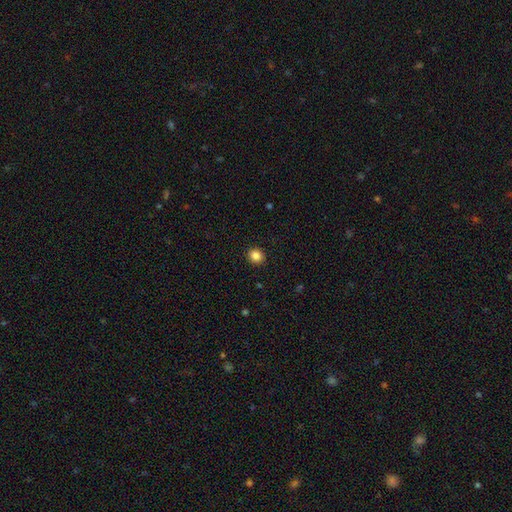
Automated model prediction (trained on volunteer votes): smooth_or_featured: smooth (p=0.85) [alt: star or artifact p=0.10]
how_rounded: round (p=0.82) [alt: in between p=0.17]
merging: none (p=0.92) [alt: minor disturbance p=0.05]